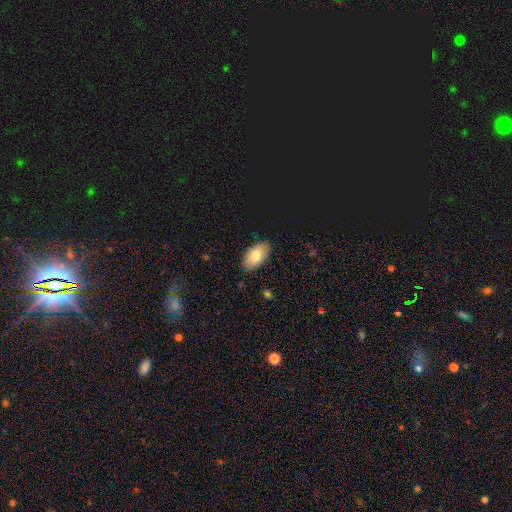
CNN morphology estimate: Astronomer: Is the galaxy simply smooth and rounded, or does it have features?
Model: smooth — 77%.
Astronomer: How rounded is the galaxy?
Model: in between — 94%.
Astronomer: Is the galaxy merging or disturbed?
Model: none — 86%.